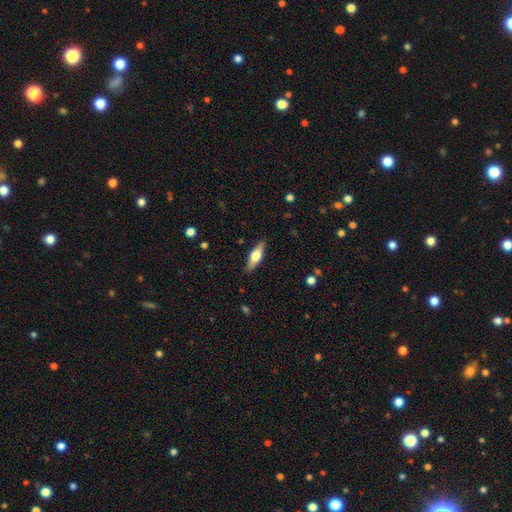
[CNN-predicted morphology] smooth 50%, featured or disk 44%, star or artifact 6%. Down the decision tree: how rounded — in between (51%); merging — none (88%).